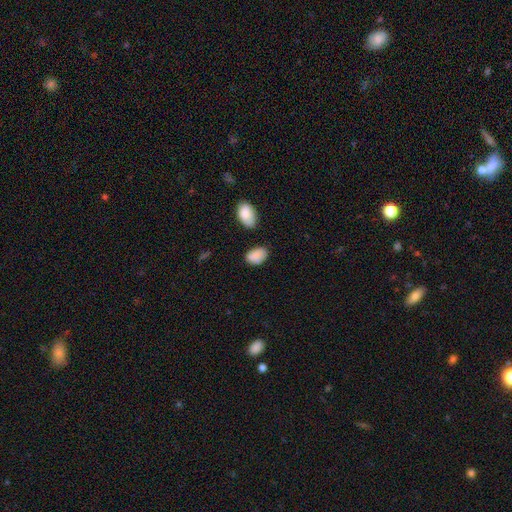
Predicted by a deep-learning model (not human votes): smooth 85%, star or artifact 8%, featured or disk 7%. Down the decision tree: how rounded — in between (89%); merging — none (66%).